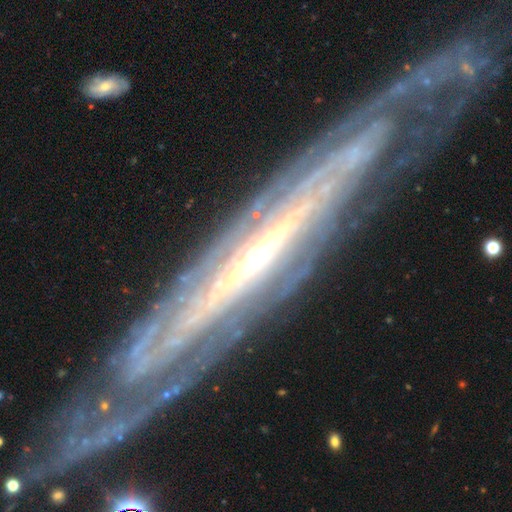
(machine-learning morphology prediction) smooth-or-featured: featured or disk: 85% | smooth: 8% | star or artifact: 7%
  disk-edge-on: yes: 61% | no: 39%
    edge-on-bulge: rounded: 56% | none: 37% | boxy: 7%
  merging: none: 72% | minor disturbance: 17% | major disturbance: 8% | merger: 2%